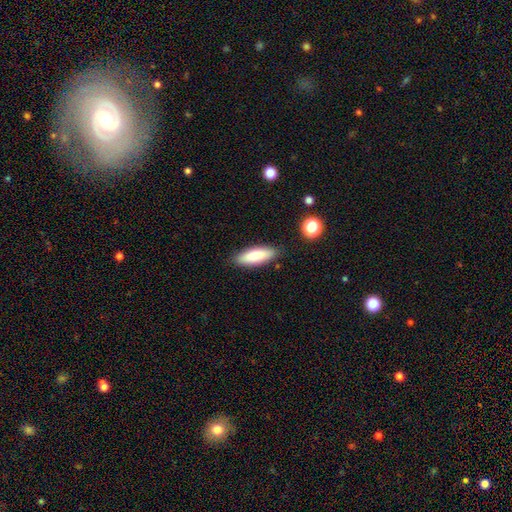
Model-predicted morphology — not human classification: Overall: smooth (81%). How rounded: in between (57%; cigar-shaped 41%). Merging: none (86%).